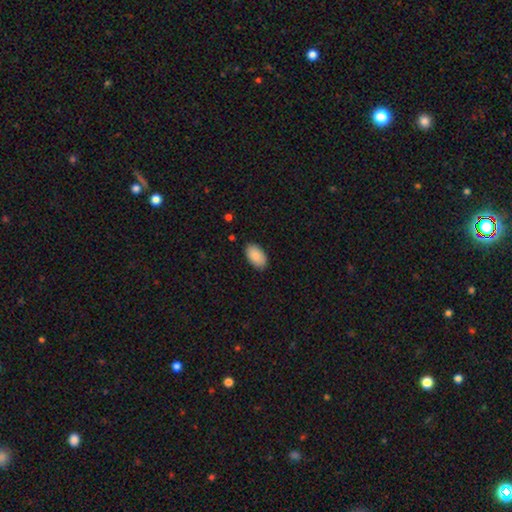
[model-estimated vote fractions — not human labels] A smooth galaxy with no disk features (90%) that is in between round and cigar-shaped (95%). Merging: none (87%).